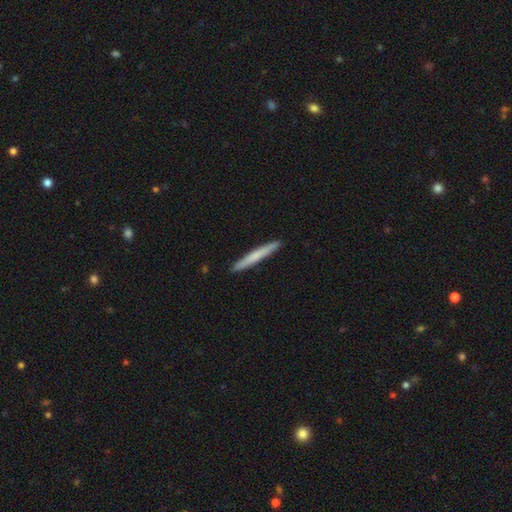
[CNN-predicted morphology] The model was most divided on "smooth or featured": smooth: 64%, featured or disk: 31%, star or artifact: 5%. More confident: how rounded — cigar-shaped (97%); merging — none (92%).